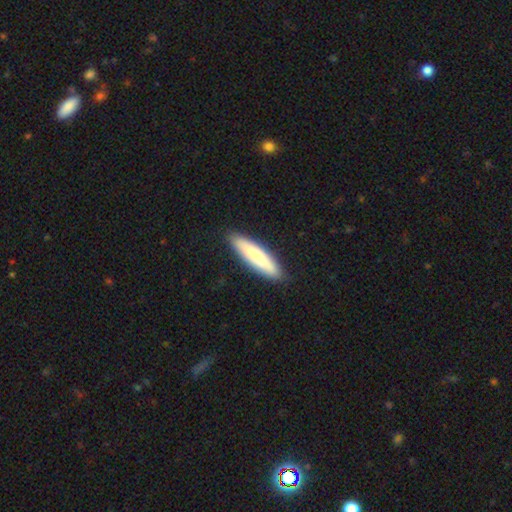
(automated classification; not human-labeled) Smooth or featured?
  - smooth: 75% *
  - featured or disk: 19%
  - star or artifact: 6%
How rounded?
  - cigar-shaped: 83% *
  - in between: 16%
  - round: 1%
Merging?
  - none: 90% *
  - minor disturbance: 8%
  - major disturbance: 1%
  - merger: 1%